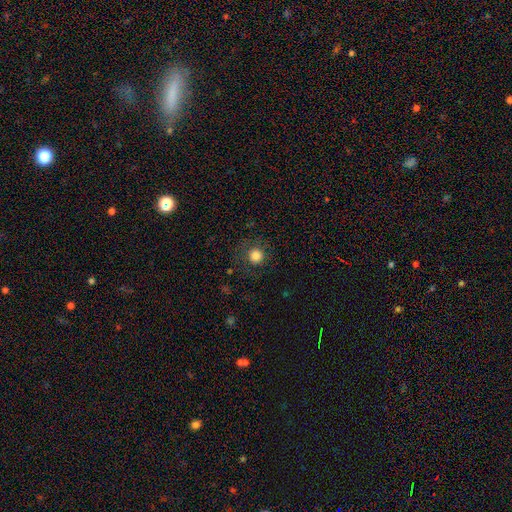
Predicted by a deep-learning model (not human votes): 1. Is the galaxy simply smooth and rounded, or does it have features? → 83% smooth, 11% star or artifact, 6% featured or disk.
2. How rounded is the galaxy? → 95% round, 4% in between, 1% cigar-shaped.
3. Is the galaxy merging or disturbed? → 83% none, 10% minor disturbance, 6% major disturbance, 1% merger.